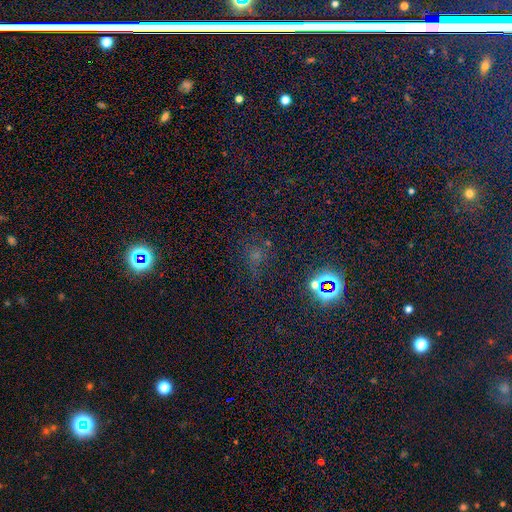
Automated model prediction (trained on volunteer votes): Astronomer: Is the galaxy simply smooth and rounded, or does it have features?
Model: star or artifact — 62%.